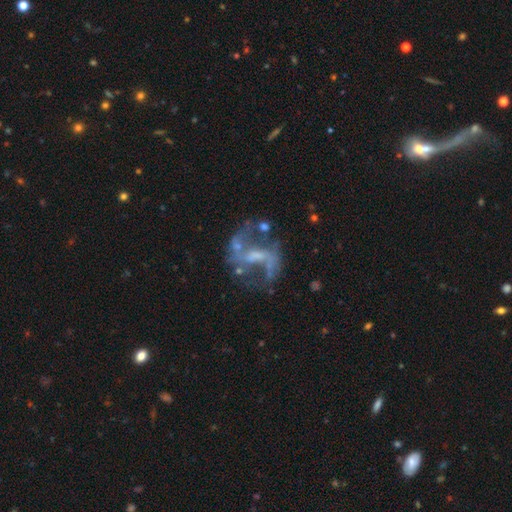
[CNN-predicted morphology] A featured or disk galaxy (82%) with a weak bar (45%), 2 (88%) loose (63%) spiral arms (85%) and a small central bulge (38%). Merging: none (56%).